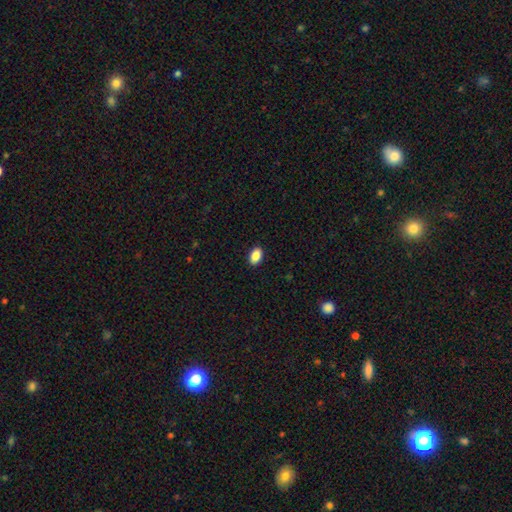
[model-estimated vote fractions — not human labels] A smooth galaxy with no disk features (88%) that is in between round and cigar-shaped (88%).

Vote fractions:
- Smooth or featured? smooth: 88% / star or artifact: 8% / featured or disk: 4%
- How rounded? in between: 88% / round: 11% / cigar-shaped: 1%
- Merging? none: 91% / minor disturbance: 7% / major disturbance: 2% / merger: 1%